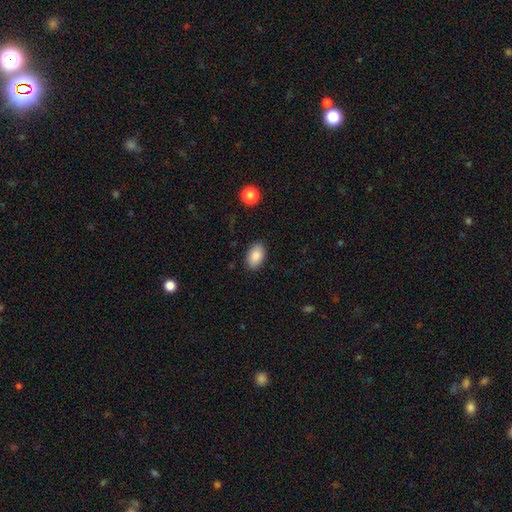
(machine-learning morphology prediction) Q: Smooth or featured?
A: smooth (87%); runner-up: star or artifact (7%)
Q: How rounded?
A: in between (91%); runner-up: round (8%)
Q: Merging?
A: none (87%); runner-up: minor disturbance (10%)